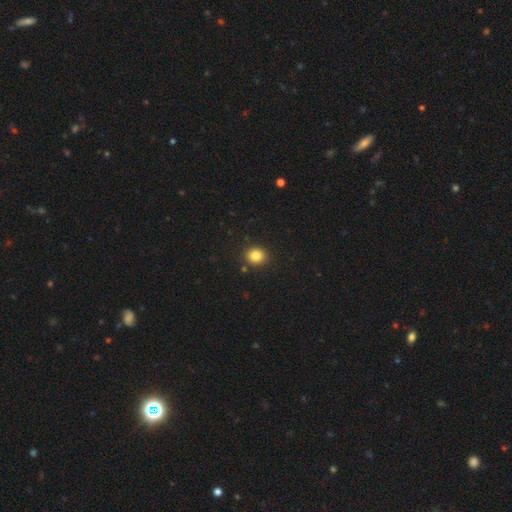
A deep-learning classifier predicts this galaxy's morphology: Q: Smooth or featured?
A: smooth (84%); runner-up: star or artifact (11%)
Q: How rounded?
A: round (72%); runner-up: in between (27%)
Q: Merging?
A: none (89%); runner-up: minor disturbance (7%)